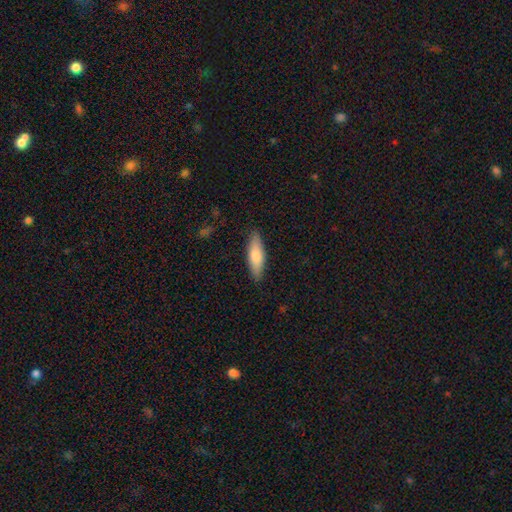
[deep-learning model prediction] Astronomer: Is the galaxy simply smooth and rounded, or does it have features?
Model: smooth — 70%.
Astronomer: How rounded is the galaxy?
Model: cigar-shaped — 57% (runner-up: in between, 41%).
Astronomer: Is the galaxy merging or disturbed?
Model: none — 89%.